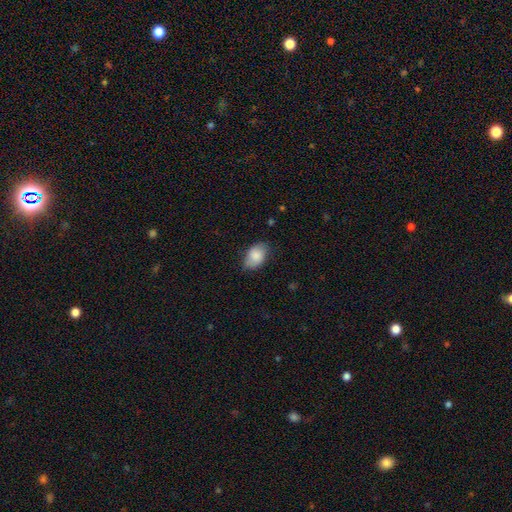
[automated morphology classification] Overall: smooth (84%). How rounded: in between (88%). Merging: none (71%).